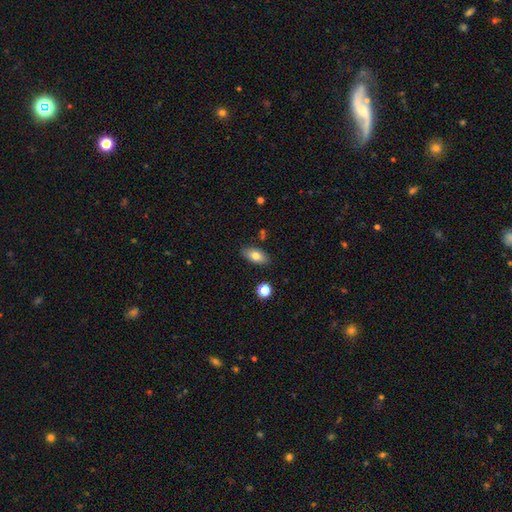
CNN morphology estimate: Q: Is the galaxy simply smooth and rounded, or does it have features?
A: smooth — 76%.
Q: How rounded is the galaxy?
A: in between — 91%.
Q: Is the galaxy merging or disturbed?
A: none — 85%.